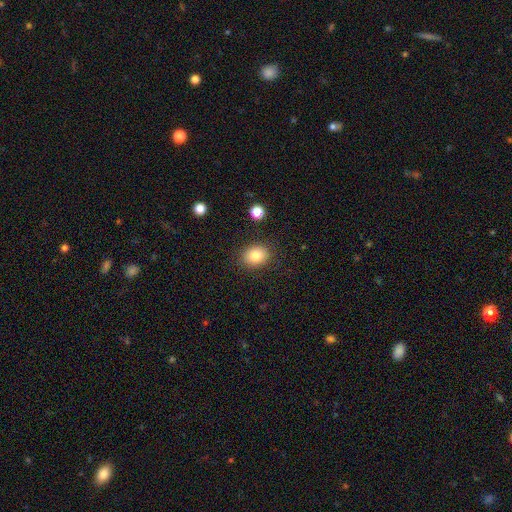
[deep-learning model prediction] Smooth or featured? smooth (82%)
How rounded? in between (54%)
Merging? none (86%)